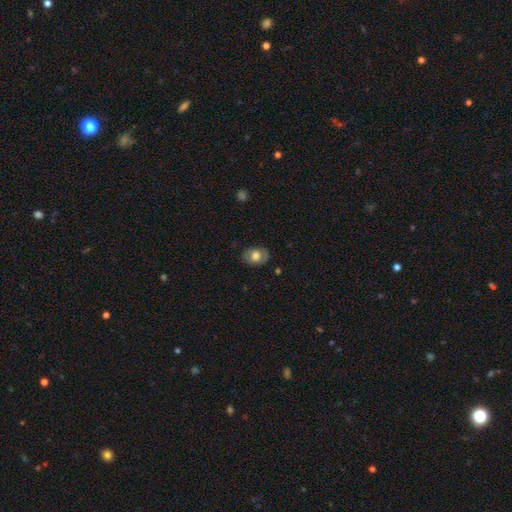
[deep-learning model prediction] Smooth or featured: smooth — 68% (featured or disk — 24%)
How rounded: in between — 73% (round — 26%)
Merging: none — 81% (minor disturbance — 15%)